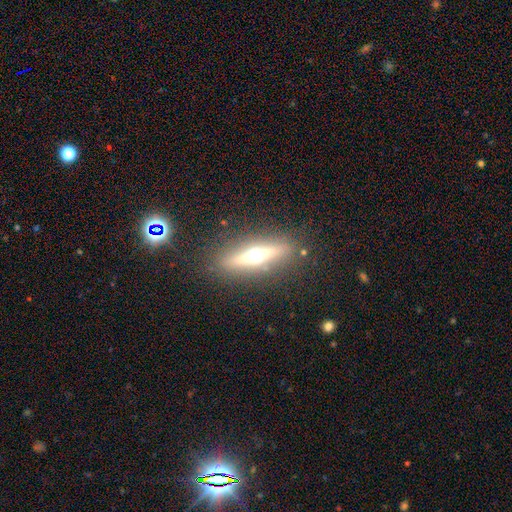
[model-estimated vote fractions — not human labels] smooth-or-featured: featured or disk: 67% | smooth: 22% | star or artifact: 11%
  disk-edge-on: yes: 91% | no: 9%
    edge-on-bulge: rounded: 95% | boxy: 3% | none: 2%
  merging: none: 86% | minor disturbance: 9% | major disturbance: 4% | merger: 2%